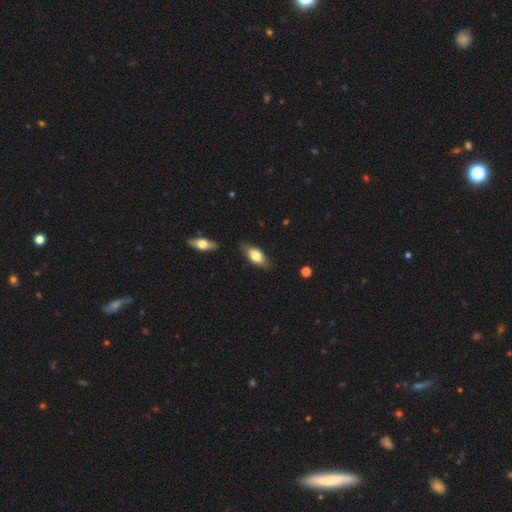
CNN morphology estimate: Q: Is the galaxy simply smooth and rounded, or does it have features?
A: smooth — 73%.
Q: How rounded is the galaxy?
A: in between — 84%.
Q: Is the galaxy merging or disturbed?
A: none — 81%.